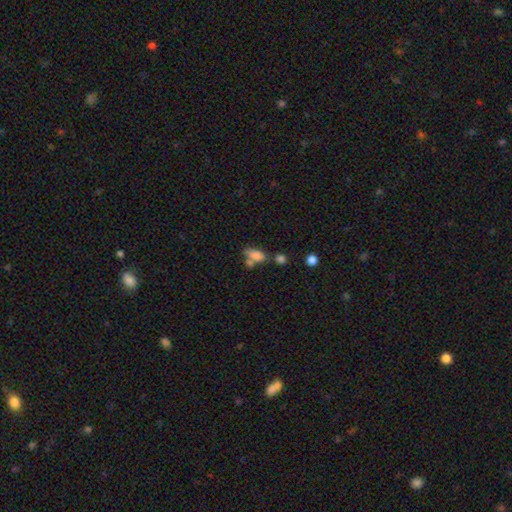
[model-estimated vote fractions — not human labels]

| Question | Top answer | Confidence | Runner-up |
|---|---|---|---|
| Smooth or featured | smooth | 78% | featured or disk (12%) |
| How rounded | in between | 84% | cigar-shaped (10%) |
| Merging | none | 41% | merger (35%) |